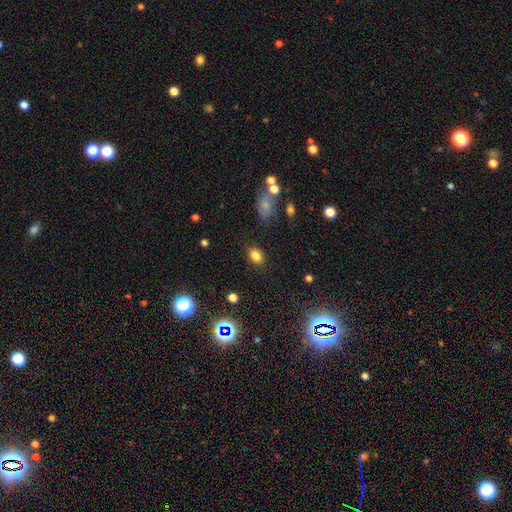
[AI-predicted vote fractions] This appears to be a smooth galaxy with no disk features (82%) that is in between round and cigar-shaped (81%). Merging: none (84%).